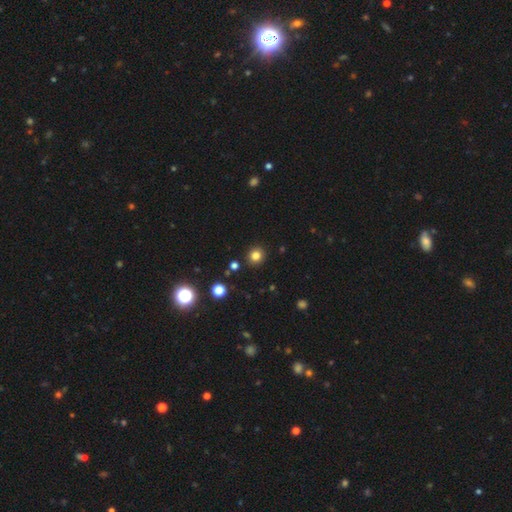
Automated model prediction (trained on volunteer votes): Morphology: type=smooth (81%); roundness=round (88%); merging=none (91%).